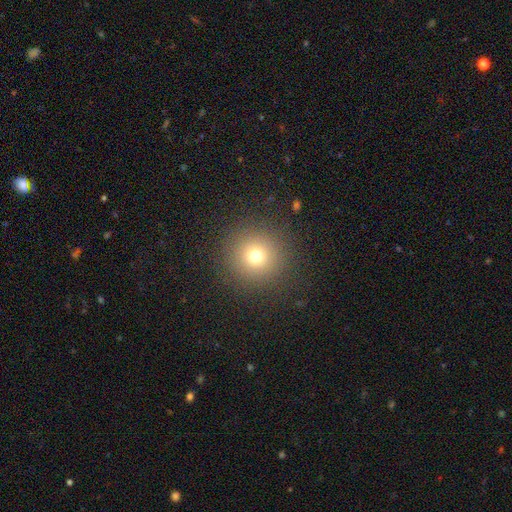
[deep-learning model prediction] Smooth or featured: smooth — 71% (star or artifact — 18%)
How rounded: round — 96% (in between — 3%)
Merging: none — 89% (minor disturbance — 6%)